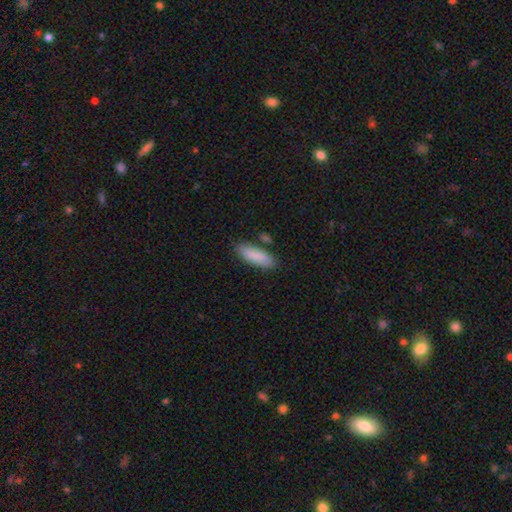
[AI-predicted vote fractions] Morphology: type=smooth (88%); roundness=in between (57%); merging=none (80%).